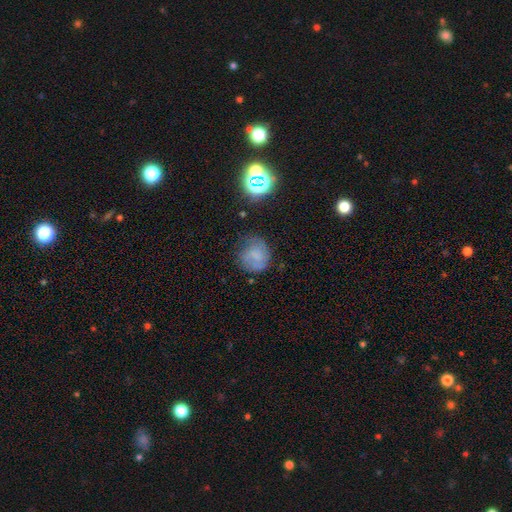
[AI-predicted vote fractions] smooth-or-featured: smooth: 54% | featured or disk: 32% | star or artifact: 14%
  how-rounded: round: 83% | in between: 16% | cigar-shaped: 1%
  merging: none: 60% | minor disturbance: 25% | major disturbance: 13% | merger: 3%